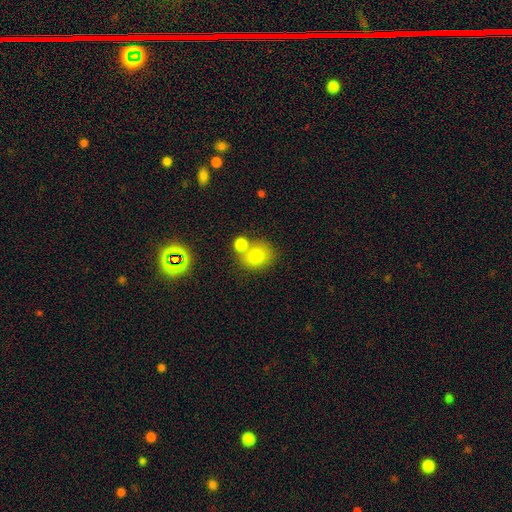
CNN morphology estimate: Smooth or featured? Predicted: smooth (p=0.80). How rounded? Predicted: round (p=0.64). Merging? Predicted: none (p=0.53).